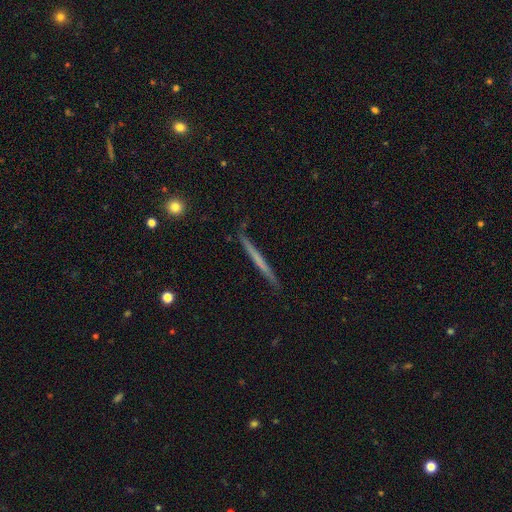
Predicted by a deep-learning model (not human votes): smooth_or_featured: featured or disk (p=0.50) [alt: smooth p=0.43]
disk_edge_on: yes (p=0.96) [alt: no p=0.04]
merging: none (p=0.87) [alt: minor disturbance p=0.09]